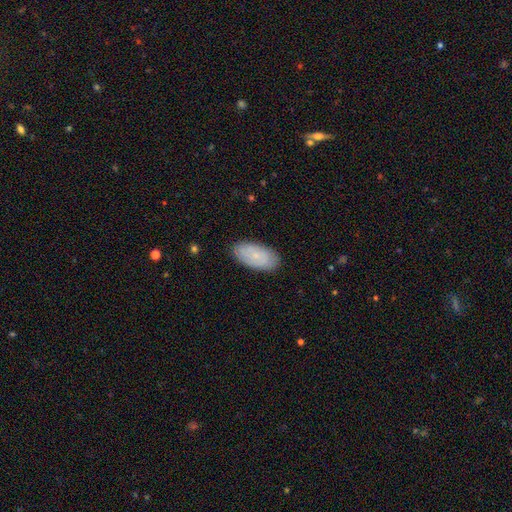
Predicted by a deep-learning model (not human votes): A smooth galaxy with no disk features (68%) that is in between round and cigar-shaped (94%).

Vote fractions:
- Smooth or featured? smooth: 68% / featured or disk: 26% / star or artifact: 7%
- How rounded? in between: 94% / cigar-shaped: 3% / round: 3%
- Merging? none: 85% / minor disturbance: 12% / major disturbance: 2% / merger: 1%